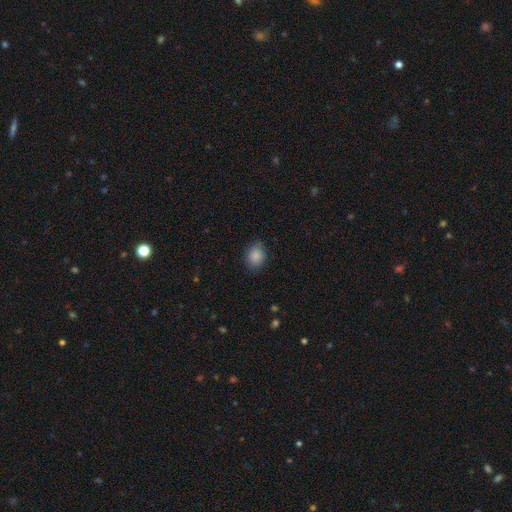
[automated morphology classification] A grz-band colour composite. It shows a smooth galaxy with no disk features (87%) that is in between round and cigar-shaped (59%). Merging: none (82%).